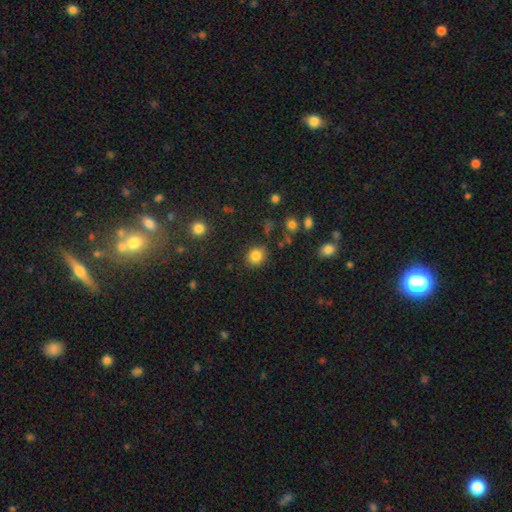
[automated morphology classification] smooth_or_featured: smooth (p=0.84) [alt: star or artifact p=0.11]
how_rounded: round (p=0.78) [alt: in between p=0.21]
merging: none (p=0.84) [alt: minor disturbance p=0.10]